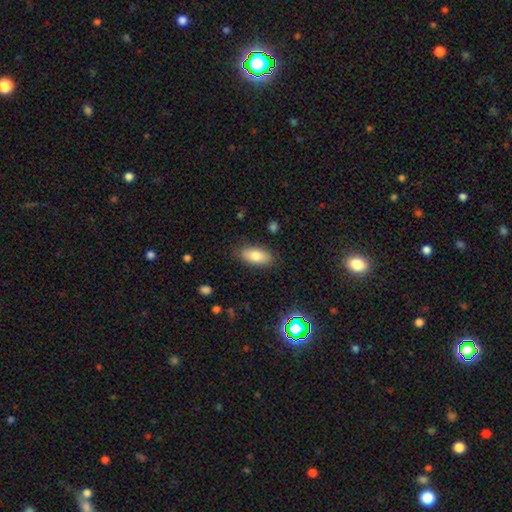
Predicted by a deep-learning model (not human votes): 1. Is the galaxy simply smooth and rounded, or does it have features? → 79% smooth, 13% featured or disk, 8% star or artifact.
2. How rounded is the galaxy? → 90% in between, 7% cigar-shaped, 3% round.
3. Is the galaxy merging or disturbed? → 85% none, 11% minor disturbance, 3% major disturbance, 1% merger.